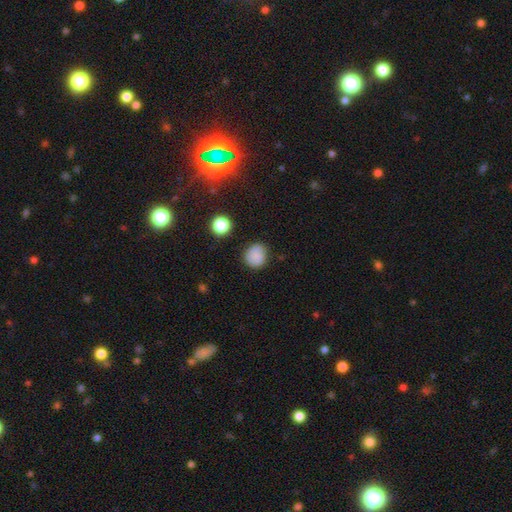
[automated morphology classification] This appears to be a smooth galaxy with no disk features (81%) that is round (81%). Merging: none (79%).